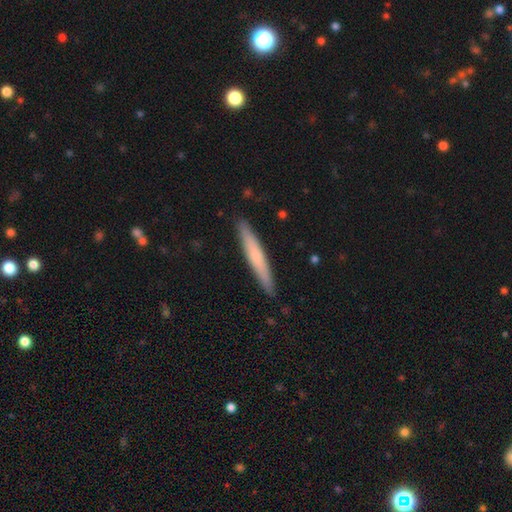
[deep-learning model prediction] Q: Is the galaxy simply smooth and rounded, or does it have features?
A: smooth — 62%.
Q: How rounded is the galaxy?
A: cigar-shaped — 95%.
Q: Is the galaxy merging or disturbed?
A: none — 90%.